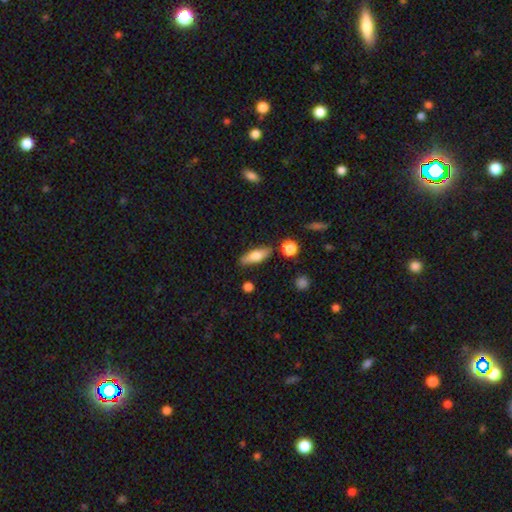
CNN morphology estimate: smooth 69%, featured or disk 24%, star or artifact 7%. Down the decision tree: how rounded — in between (58%); merging — none (82%).